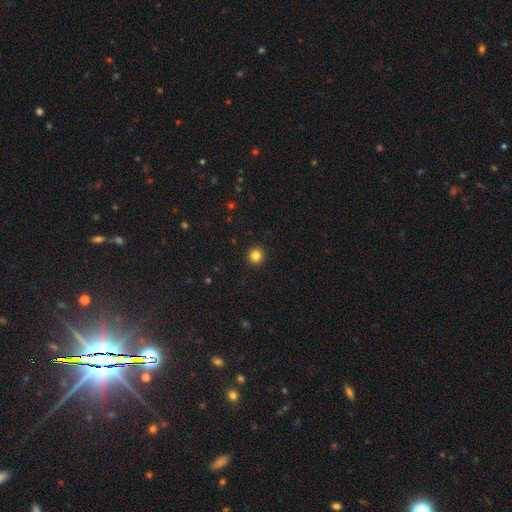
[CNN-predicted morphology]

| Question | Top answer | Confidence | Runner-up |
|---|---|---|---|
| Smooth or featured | smooth | 83% | star or artifact (12%) |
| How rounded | round | 93% | in between (6%) |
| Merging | none | 93% | minor disturbance (5%) |